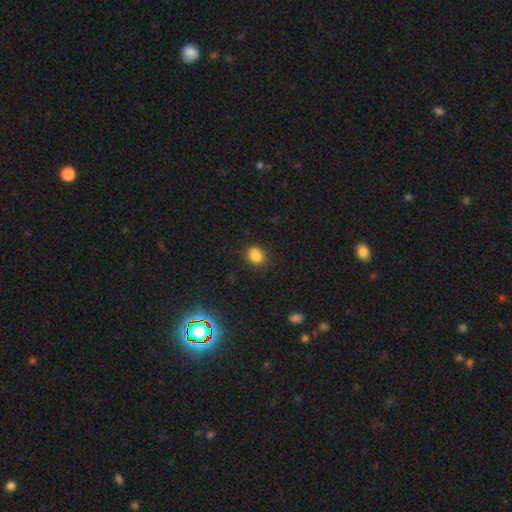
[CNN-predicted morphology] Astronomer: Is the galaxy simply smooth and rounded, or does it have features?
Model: smooth — 84%.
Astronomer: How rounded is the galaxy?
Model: round — 63%.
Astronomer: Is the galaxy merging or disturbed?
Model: none — 81%.